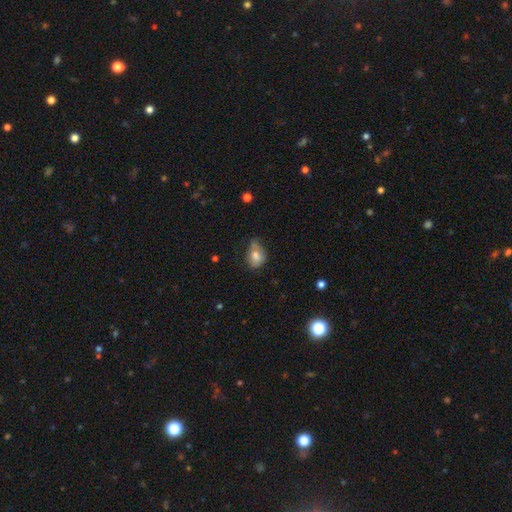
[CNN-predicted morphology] A smooth galaxy with no disk features (71%) that is in between round and cigar-shaped (73%).

Vote fractions:
- Smooth or featured? smooth: 71% / featured or disk: 20% / star or artifact: 9%
- How rounded? in between: 73% / round: 25% / cigar-shaped: 1%
- Merging? minor disturbance: 41% / none: 40% / major disturbance: 14% / merger: 5%